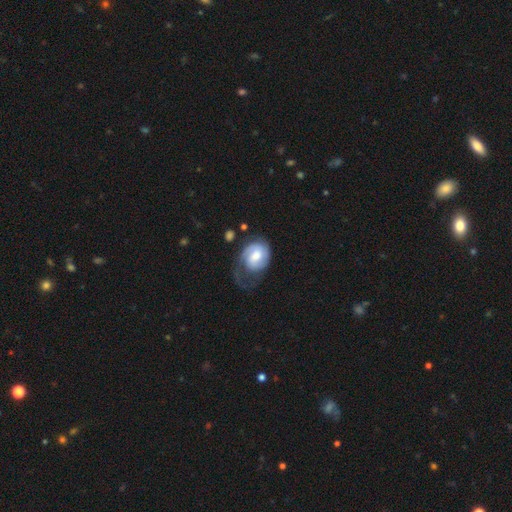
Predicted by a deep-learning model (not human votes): This is possibly a featured or disk galaxy (58%). It is clearly not viewed edge-on (97%). Bar: possibly no (45%). Spiral arm pattern: clearly yes (85%). Central bulge: possibly moderate (53%). Merging: marginally major disturbance (40%).